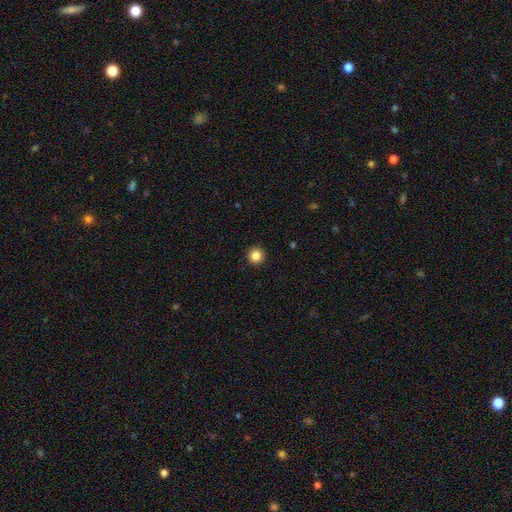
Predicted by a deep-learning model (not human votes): smooth 85%, star or artifact 11%, featured or disk 4%. Down the decision tree: how rounded — round (96%); merging — none (94%).